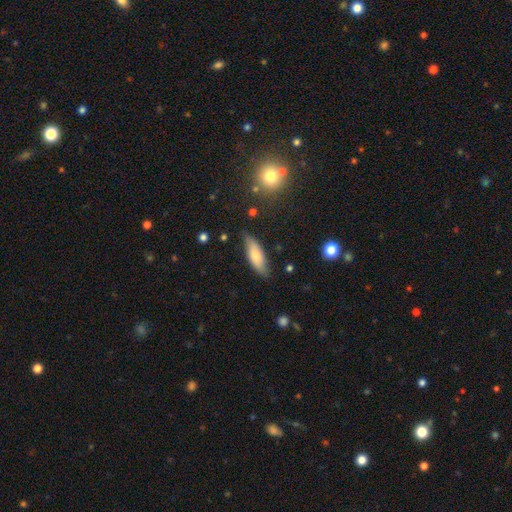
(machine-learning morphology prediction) A smooth galaxy with no disk features (73%) that is in between round and cigar-shaped (63%). Merging: none (73%).